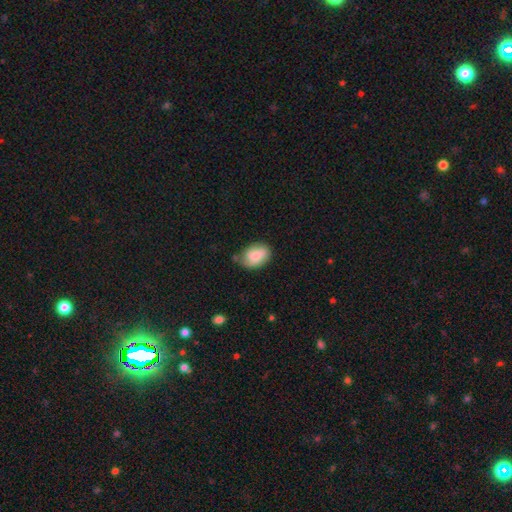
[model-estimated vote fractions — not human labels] A smooth galaxy with no disk features (75%) that is in between round and cigar-shaped (79%).

Vote fractions:
- Smooth or featured? smooth: 75% / featured or disk: 17% / star or artifact: 7%
- How rounded? in between: 79% / round: 20% / cigar-shaped: 1%
- Merging? none: 58% / minor disturbance: 31% / major disturbance: 7% / merger: 4%